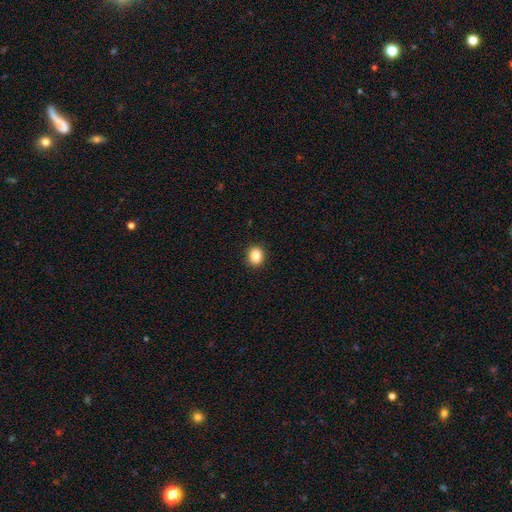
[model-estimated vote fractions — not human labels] This is clearly a smooth galaxy (87%). How rounded: likely round (61%). Merging: clearly none (91%).